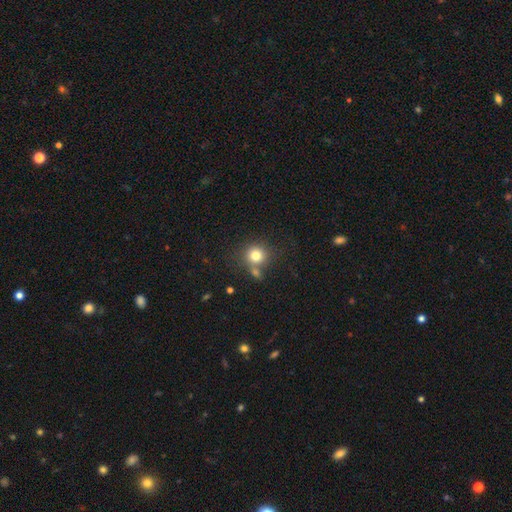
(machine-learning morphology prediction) The model was most divided on "merging": none: 61%, merger: 23%, minor disturbance: 12%, major disturbance: 5%. More confident: how rounded — round (87%); smooth or featured — smooth (79%).